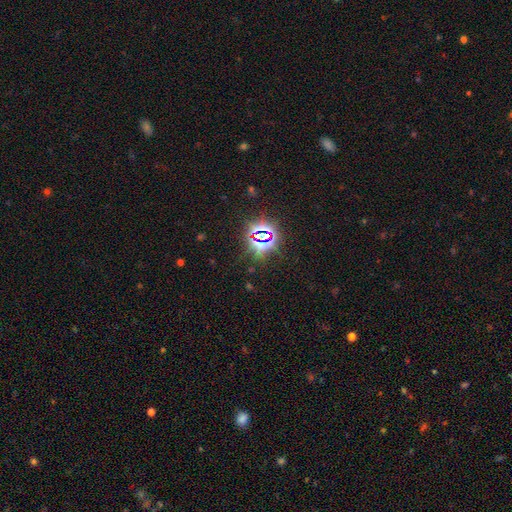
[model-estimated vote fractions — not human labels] This is likely a star or artifact rather than a galaxy (80%).